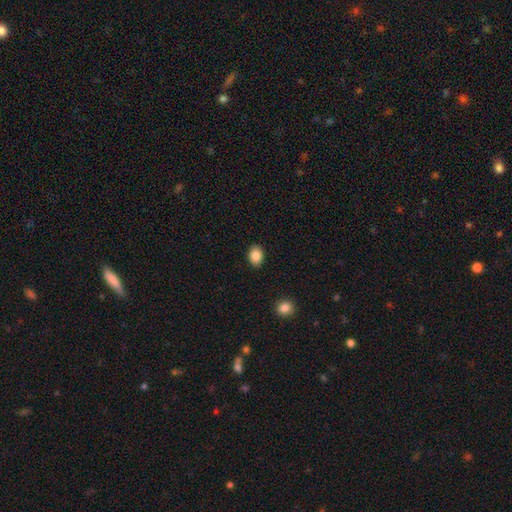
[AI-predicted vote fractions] The model was most divided on "how rounded": in between: 71%, round: 28%, cigar-shaped: 1%. More confident: merging — none (89%); smooth or featured — smooth (86%).